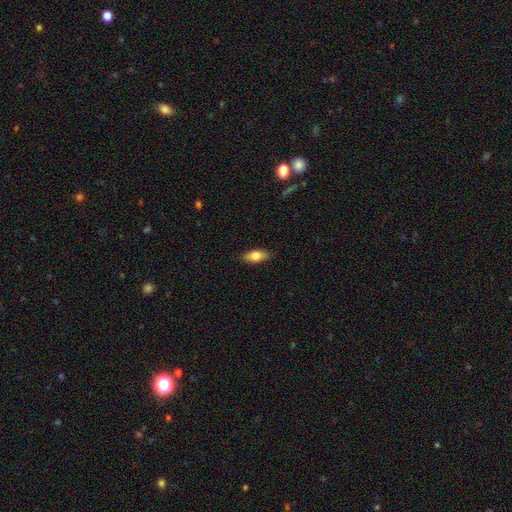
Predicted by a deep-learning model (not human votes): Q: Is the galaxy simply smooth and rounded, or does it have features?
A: smooth — 78%.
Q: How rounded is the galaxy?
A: in between — 85%.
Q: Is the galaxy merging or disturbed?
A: none — 87%.